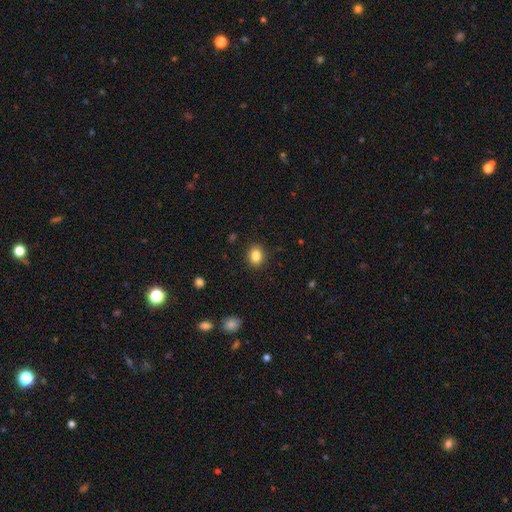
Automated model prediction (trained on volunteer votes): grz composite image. It shows a smooth galaxy with no disk features (85%) that is round (50%). Merging: none (89%).